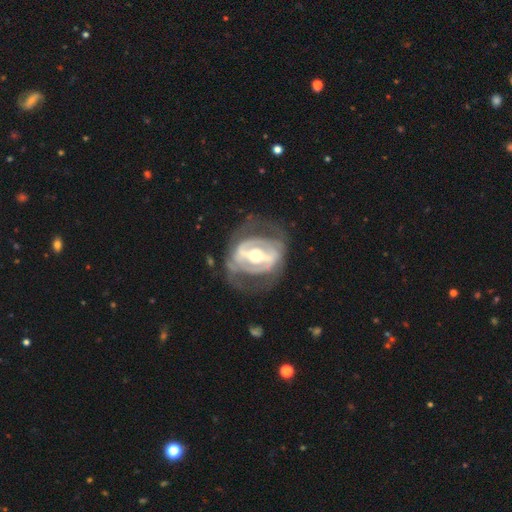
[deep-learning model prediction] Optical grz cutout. It shows a featured or disk galaxy (86%) with a strong bar (68%), 2 (61%) tight (47%) spiral arms (66%) and a moderate central bulge (69%). Merging: none (62%).